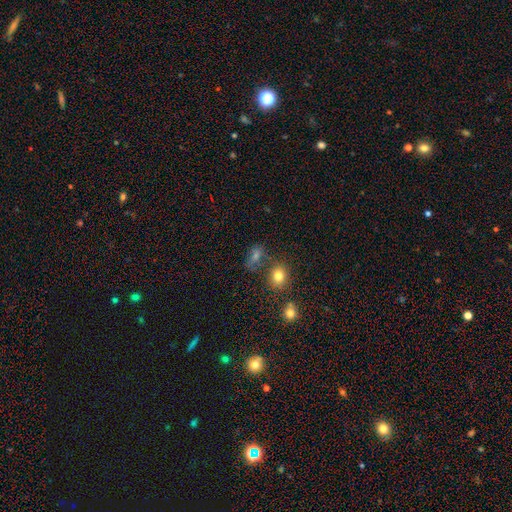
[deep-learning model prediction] smooth-or-featured: smooth: 59% | star or artifact: 26% | featured or disk: 15%
  how-rounded: in between: 63% | round: 31% | cigar-shaped: 5%
  merging: none: 57% | merger: 20% | minor disturbance: 15% | major disturbance: 8%